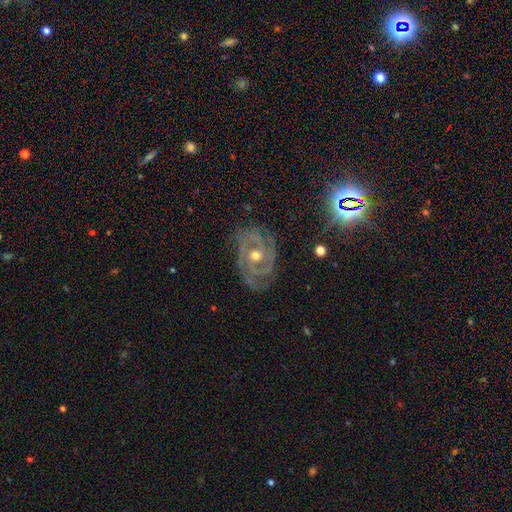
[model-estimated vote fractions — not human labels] Overall: featured or disk (89%). Edge-on disk: no (97%). Bar: no (68%). Spiral arms: yes (96%). Spiral arm count: 2 (43%; 3 27%). Spiral winding: tight (60%; medium 33%). Bulge size: moderate (72%). Merging: none (74%).